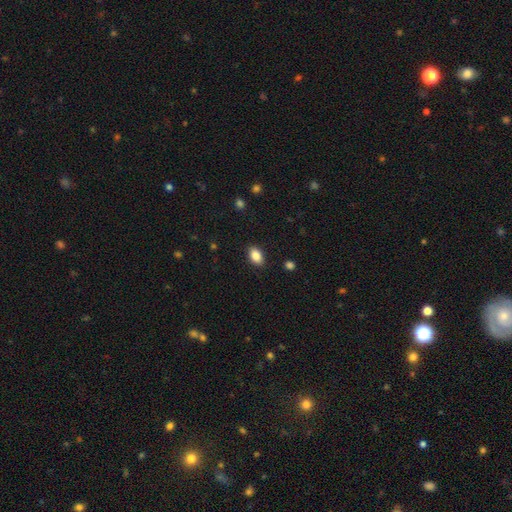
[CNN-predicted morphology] type=smooth (87%); roundness=in between (89%); merging=none (88%).